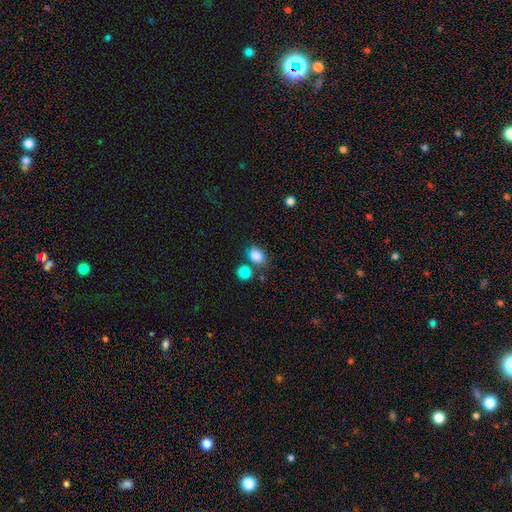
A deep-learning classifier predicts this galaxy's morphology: smooth 84%, star or artifact 10%, featured or disk 6%. Down the decision tree: how rounded — in between (66%); merging — none (58%).